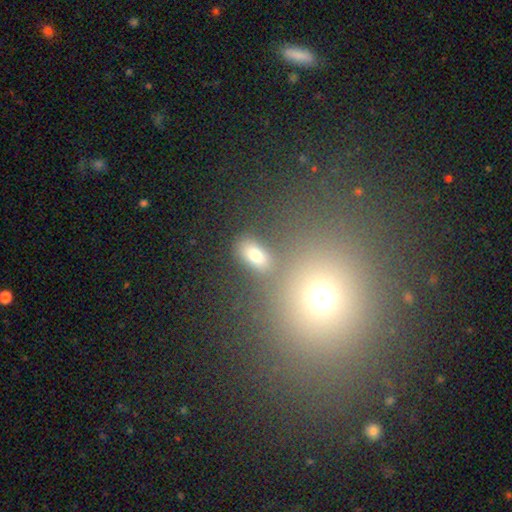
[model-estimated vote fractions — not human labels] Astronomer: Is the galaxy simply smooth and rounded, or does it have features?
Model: smooth — 72%.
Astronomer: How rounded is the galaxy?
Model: in between — 79%.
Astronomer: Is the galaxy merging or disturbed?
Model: none — 75%.